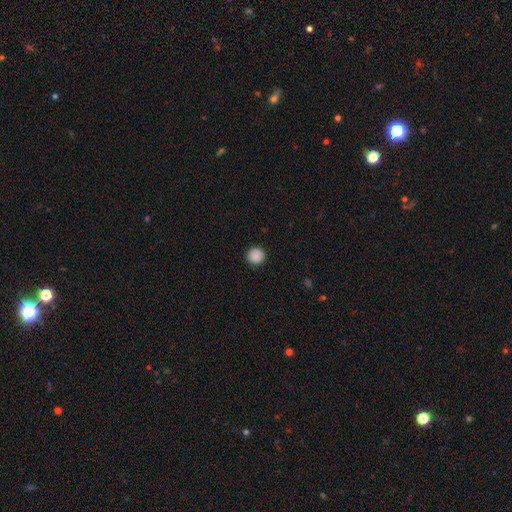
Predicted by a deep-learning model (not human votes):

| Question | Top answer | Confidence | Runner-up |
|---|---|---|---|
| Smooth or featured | smooth | 89% | star or artifact (9%) |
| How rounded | round | 93% | in between (6%) |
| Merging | none | 93% | minor disturbance (5%) |